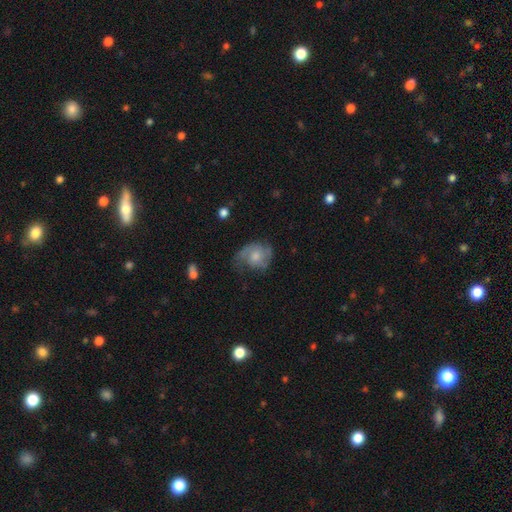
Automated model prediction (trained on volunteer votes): Overall: featured or disk (55%; smooth 38%). Edge-on disk: no (97%). Bar: no (68%). Spiral arms: yes (81%). Bulge size: moderate (49%; small 31%). Merging: none (44%; minor disturbance 30%).